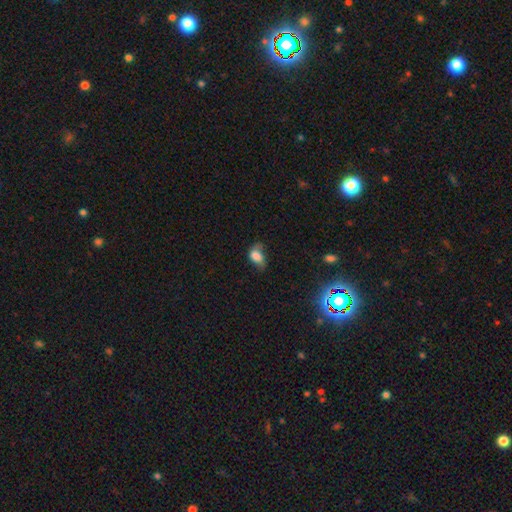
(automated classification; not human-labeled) Smooth or featured?
  - smooth: 73% *
  - featured or disk: 16%
  - star or artifact: 11%
How rounded?
  - in between: 82% *
  - round: 16%
  - cigar-shaped: 2%
Merging?
  - minor disturbance: 37% *
  - none: 33%
  - major disturbance: 27%
  - merger: 4%